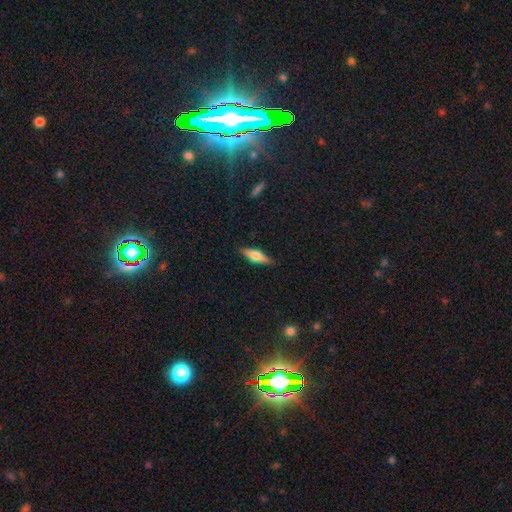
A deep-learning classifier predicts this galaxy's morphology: A featured or disk galaxy (54%) viewed edge-on (95%) with a rounded central bulge (89%).

Vote fractions:
- Smooth or featured? featured or disk: 54% / smooth: 39% / star or artifact: 7%
- Edge-on disk? yes: 95% / no: 5%
- Edge-on bulge? rounded: 89% / boxy: 9% / none: 3%
- Merging? none: 88% / minor disturbance: 9% / major disturbance: 2% / merger: 1%